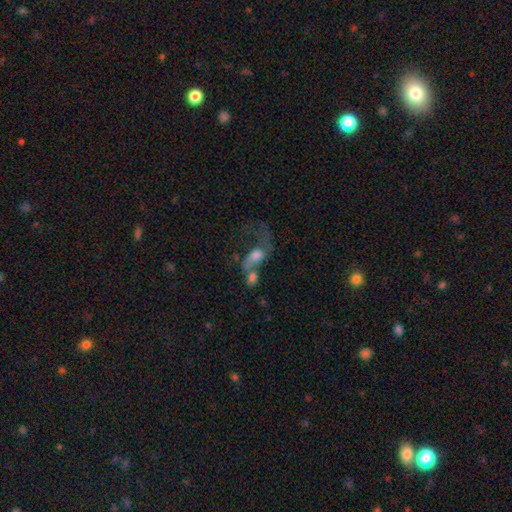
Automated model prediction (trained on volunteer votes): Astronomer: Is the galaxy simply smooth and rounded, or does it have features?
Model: smooth — 45% (runner-up: featured or disk, 43%).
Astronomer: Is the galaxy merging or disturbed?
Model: merger — 57%.